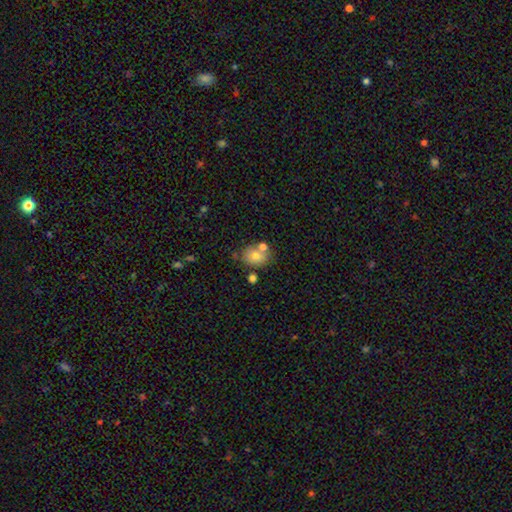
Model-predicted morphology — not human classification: This is likely a smooth galaxy (75%). How rounded: possibly in between (51%). Merging: likely none (64%).